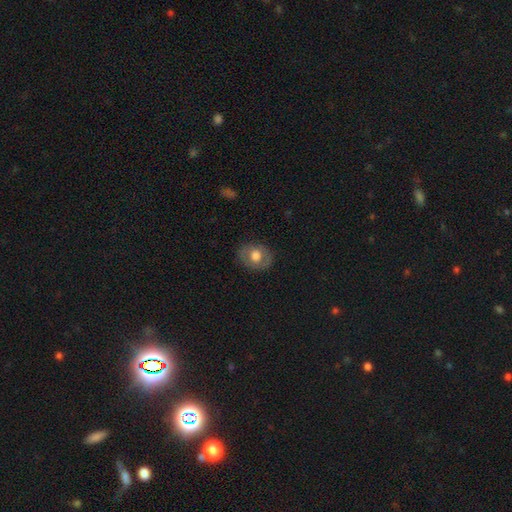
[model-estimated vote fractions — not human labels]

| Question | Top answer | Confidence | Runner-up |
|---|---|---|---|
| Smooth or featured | smooth | 56% | featured or disk (37%) |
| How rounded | round | 55% | in between (44%) |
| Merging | none | 81% | minor disturbance (13%) |